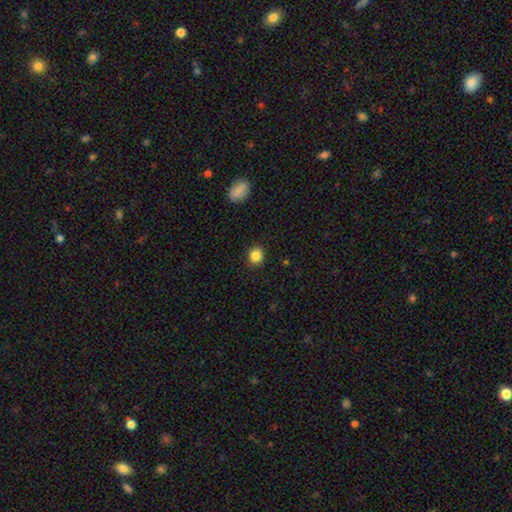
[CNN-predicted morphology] Smooth or featured: smooth — 85% (star or artifact — 10%)
How rounded: round — 73% (in between — 27%)
Merging: none — 90% (minor disturbance — 7%)